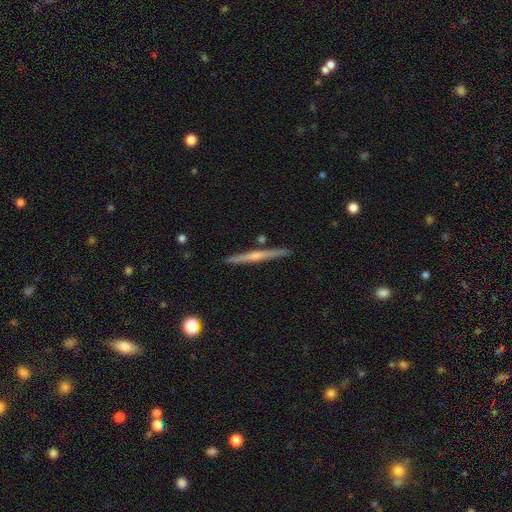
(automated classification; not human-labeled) smooth_or_featured: featured or disk (p=0.72) [alt: smooth p=0.21]
disk_edge_on: yes (p=0.98) [alt: no p=0.02]
edge_on_bulge: rounded (p=0.71) [alt: none p=0.22]
merging: none (p=0.89) [alt: minor disturbance p=0.08]